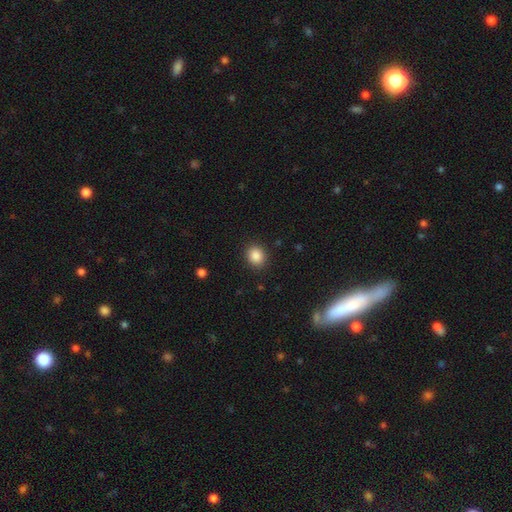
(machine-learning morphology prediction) A smooth galaxy with no disk features (87%) that is round (69%). Merging: none (89%).